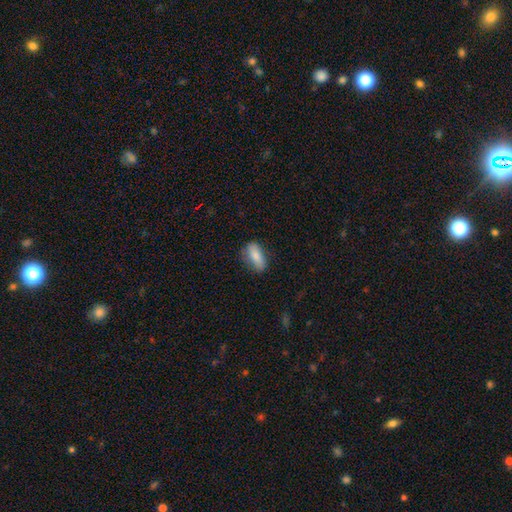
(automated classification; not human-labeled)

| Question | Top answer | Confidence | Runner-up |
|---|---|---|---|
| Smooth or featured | smooth | 79% | featured or disk (14%) |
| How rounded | in between | 82% | cigar-shaped (14%) |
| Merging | none | 70% | minor disturbance (23%) |